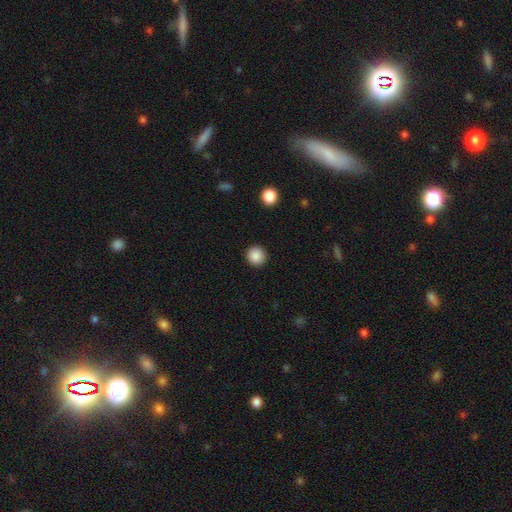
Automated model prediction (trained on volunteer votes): Morphology: type=smooth (88%); roundness=round (94%); merging=none (93%).